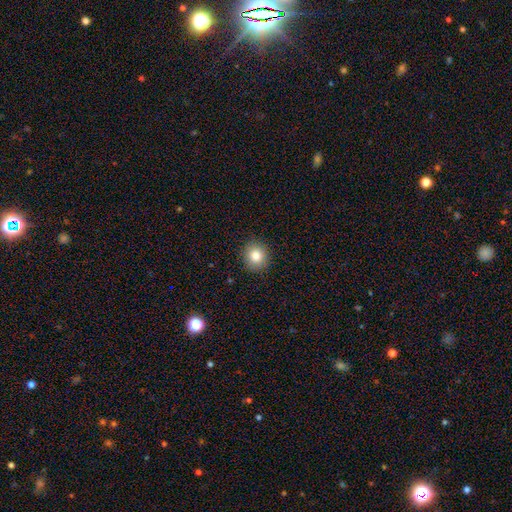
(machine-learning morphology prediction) This appears to be a smooth galaxy with no disk features (84%) that is round (78%). Merging: none (90%).